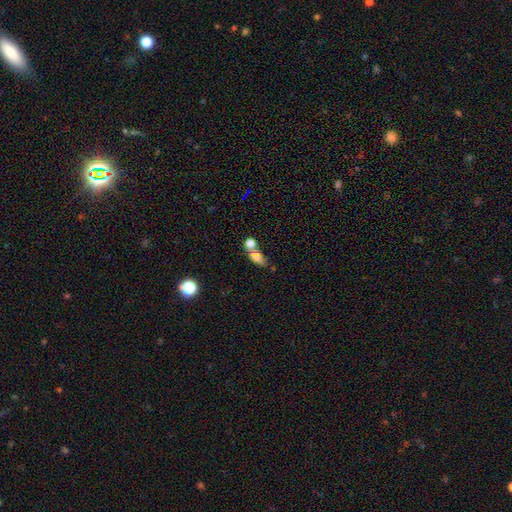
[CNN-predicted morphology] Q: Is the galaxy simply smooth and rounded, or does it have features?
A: smooth — 71%.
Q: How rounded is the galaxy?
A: in between — 62%.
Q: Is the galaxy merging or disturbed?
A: merger — 51%.